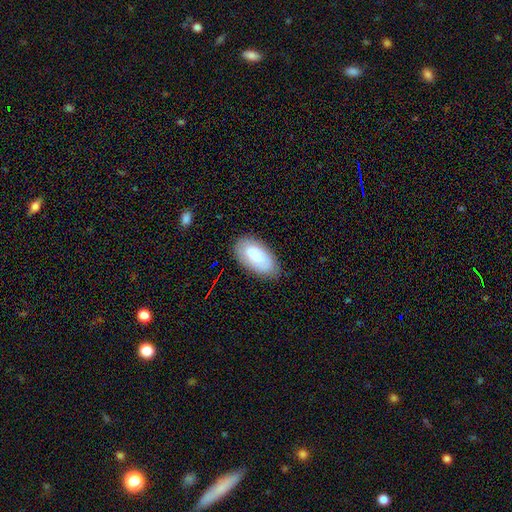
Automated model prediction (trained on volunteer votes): smooth_or_featured: smooth (p=0.70) [alt: featured or disk p=0.23]
how_rounded: in between (p=0.94) [alt: cigar-shaped p=0.03]
merging: none (p=0.78) [alt: minor disturbance p=0.17]